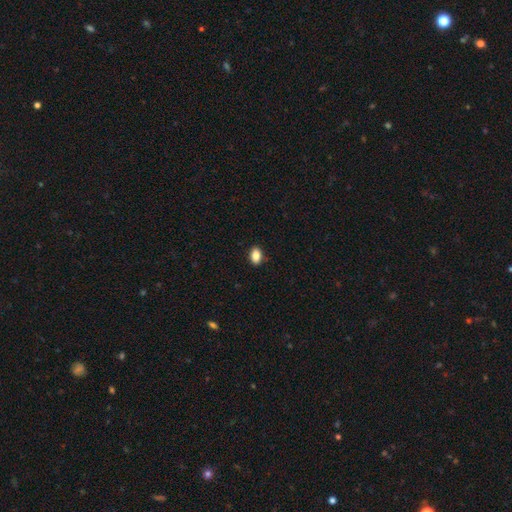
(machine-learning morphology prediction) Smooth or featured? Predicted: smooth (p=0.87). How rounded? Predicted: in between (p=0.85). Merging? Predicted: none (p=0.89).